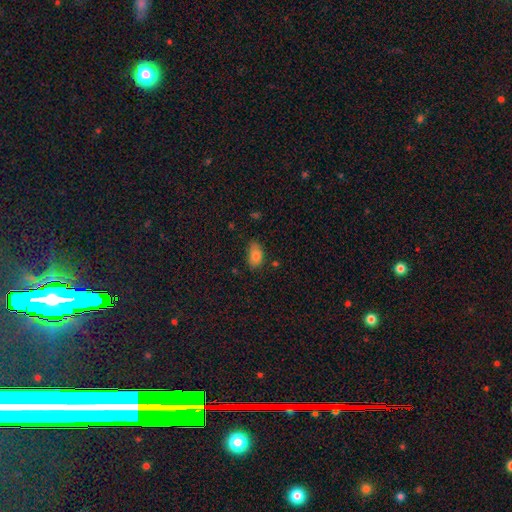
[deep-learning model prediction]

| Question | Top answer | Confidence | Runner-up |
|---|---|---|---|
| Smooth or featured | smooth | 83% | star or artifact (9%) |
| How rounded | in between | 88% | round (10%) |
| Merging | none | 68% | minor disturbance (25%) |